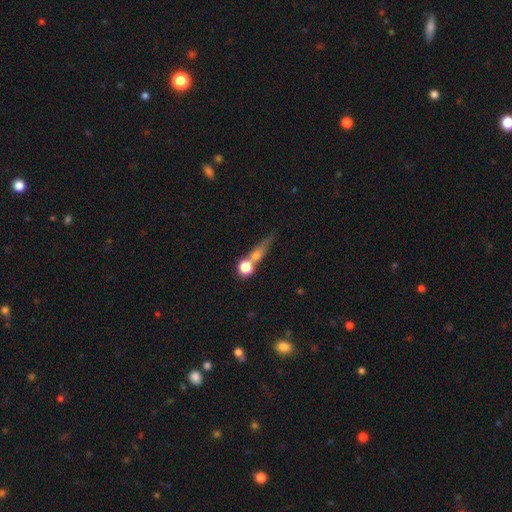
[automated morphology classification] This is possibly a smooth galaxy (54%). How rounded: marginally round (44%). Merging: marginally none (45%).